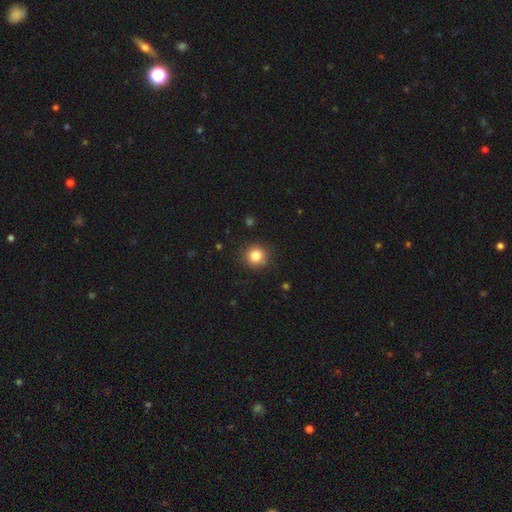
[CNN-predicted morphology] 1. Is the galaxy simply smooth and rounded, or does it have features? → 84% smooth, 11% star or artifact, 5% featured or disk.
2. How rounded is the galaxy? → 92% round, 7% in between, 1% cigar-shaped.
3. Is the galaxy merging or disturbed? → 88% none, 9% minor disturbance, 2% major disturbance, 1% merger.